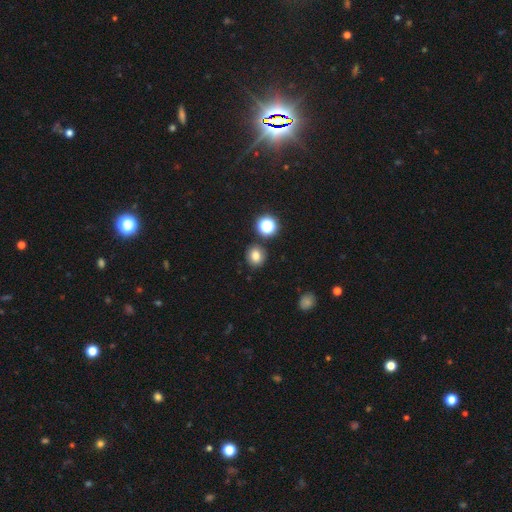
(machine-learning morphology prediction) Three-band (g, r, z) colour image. It shows a smooth galaxy with no disk features (79%) that is round (77%). Merging: none (85%).